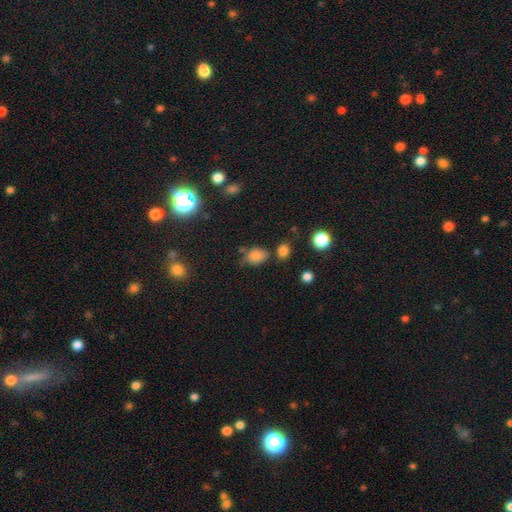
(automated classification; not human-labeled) This is clearly a smooth galaxy (80%). How rounded: likely in between (73%). Merging: likely none (61%).